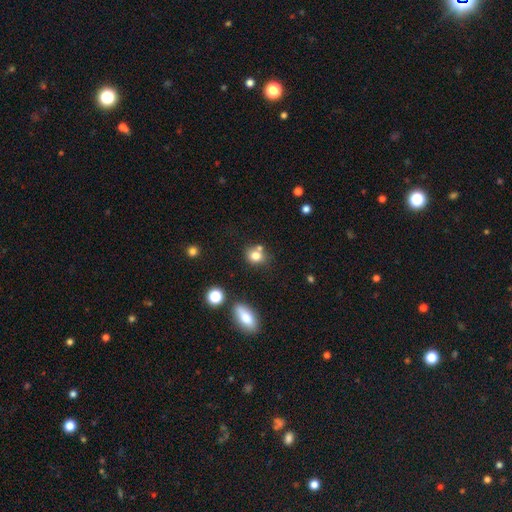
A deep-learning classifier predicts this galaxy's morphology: type=smooth (79%); roundness=round (68%); merging=none (60%).